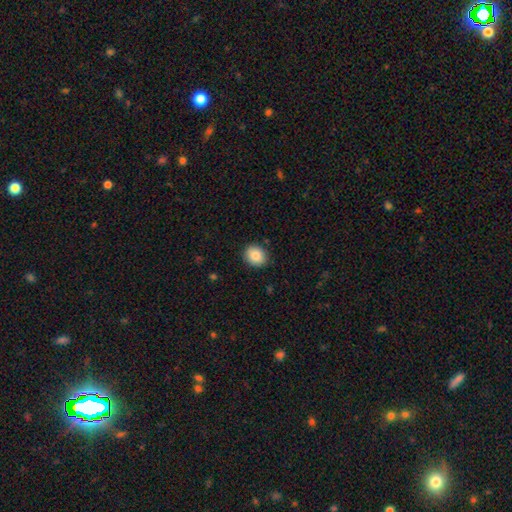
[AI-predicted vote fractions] smooth_or_featured: smooth (p=0.86) [alt: star or artifact p=0.08]
how_rounded: round (p=0.68) [alt: in between p=0.31]
merging: none (p=0.88) [alt: minor disturbance p=0.09]